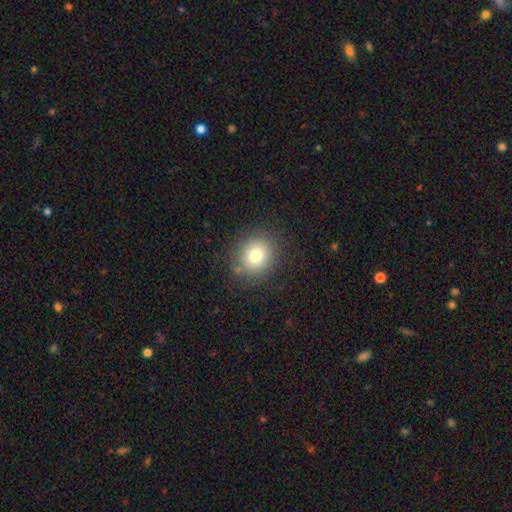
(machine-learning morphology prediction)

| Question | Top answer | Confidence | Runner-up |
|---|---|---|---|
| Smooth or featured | smooth | 76% | star or artifact (13%) |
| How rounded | round | 83% | in between (16%) |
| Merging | none | 85% | minor disturbance (10%) |